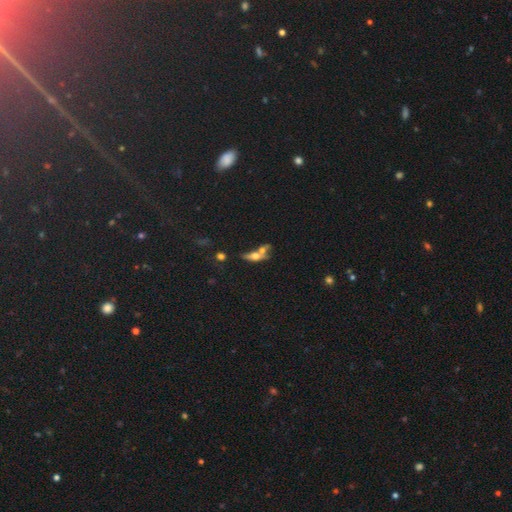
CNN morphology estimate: Smooth or featured? featured or disk (47%)
Merging? merger (49%)